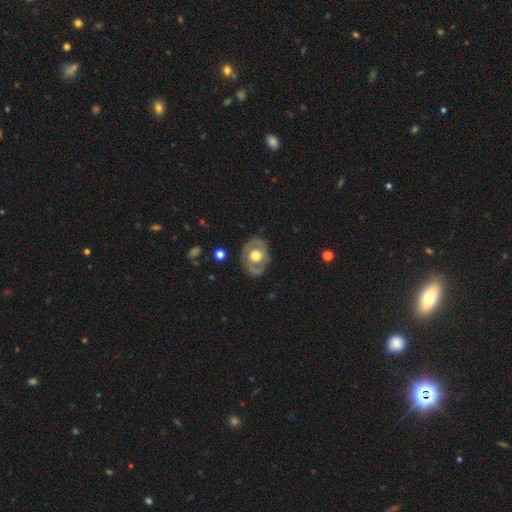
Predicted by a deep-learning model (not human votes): smooth_or_featured: featured or disk (p=0.65) [alt: smooth p=0.30]
disk_edge_on: no (p=0.94) [alt: yes p=0.06]
bar: no (p=0.81) [alt: weak p=0.16]
has_spiral_arms: no (p=0.53) [alt: yes p=0.47]
bulge_size: moderate (p=0.57) [alt: large p=0.37]
merging: none (p=0.76) [alt: minor disturbance p=0.16]